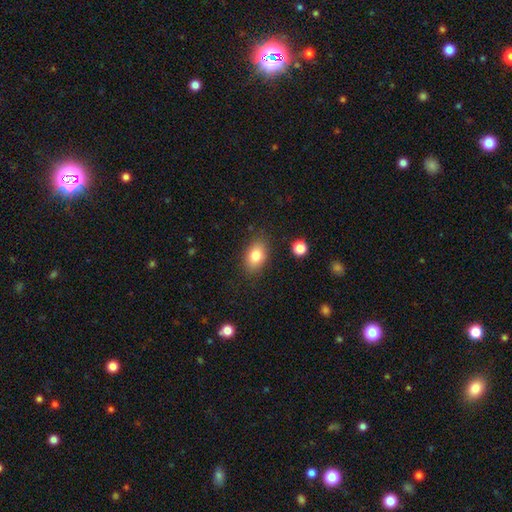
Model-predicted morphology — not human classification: smooth-or-featured: smooth: 81% | featured or disk: 10% | star or artifact: 9%
  how-rounded: in between: 85% | round: 13% | cigar-shaped: 2%
  merging: none: 84% | minor disturbance: 12% | major disturbance: 3% | merger: 2%